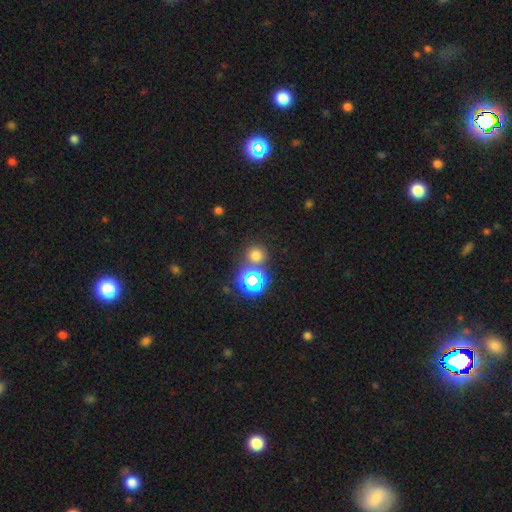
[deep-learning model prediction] This is likely a smooth galaxy (66%). How rounded: clearly round (88%). Merging: likely none (74%).